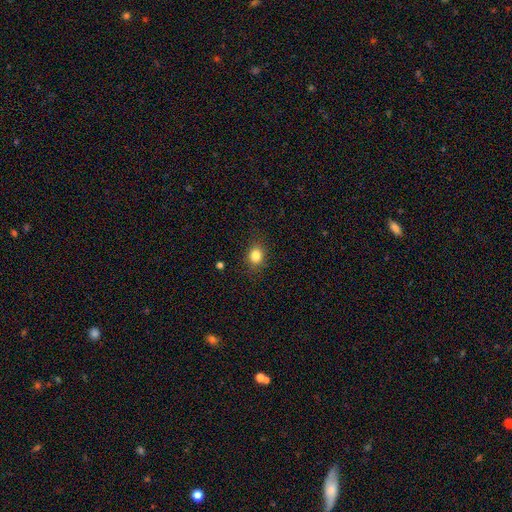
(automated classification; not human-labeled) This appears to be a smooth galaxy with no disk features (83%) that is round (58%). Merging: none (85%).